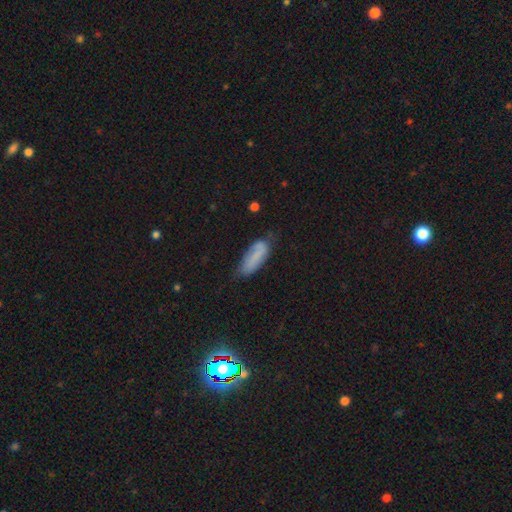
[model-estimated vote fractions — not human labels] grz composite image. It shows a smooth galaxy with no disk features (69%) that is in between round and cigar-shaped (71%). Merging: none (54%).